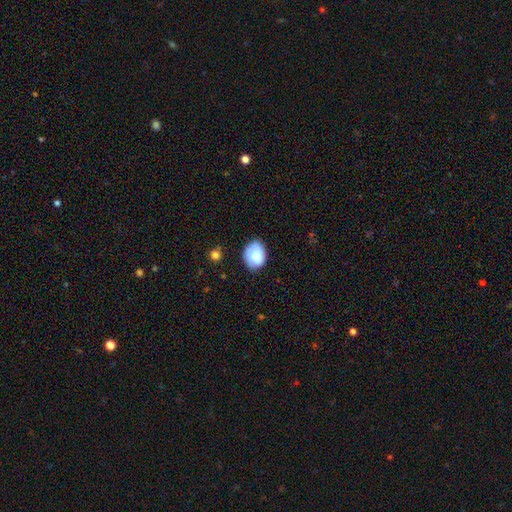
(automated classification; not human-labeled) Morphology: type=smooth (83%); roundness=in between (66%); merging=none (65%).